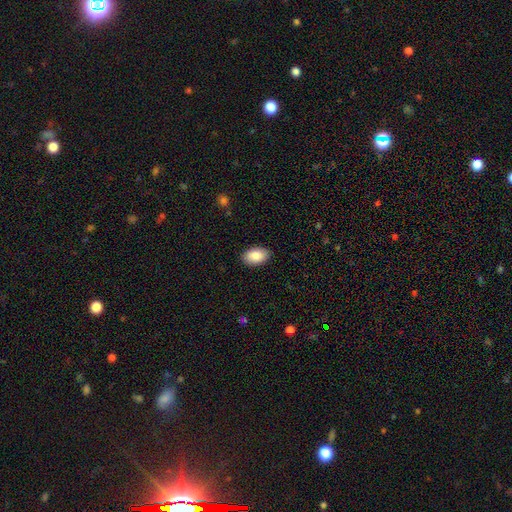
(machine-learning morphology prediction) This appears to be a smooth galaxy with no disk features (89%) that is in between round and cigar-shaped (94%). Merging: none (88%).